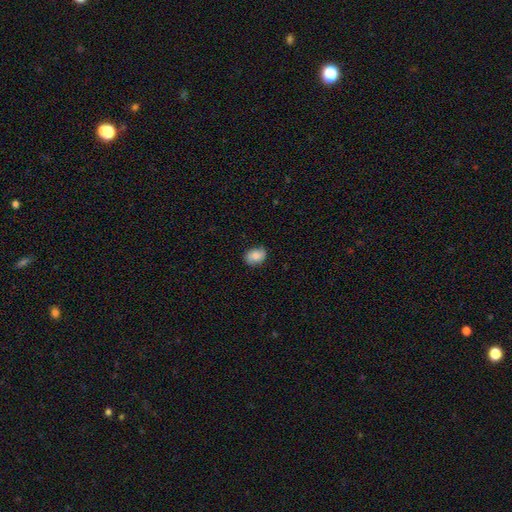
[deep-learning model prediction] This is likely a smooth galaxy (77%). How rounded: likely in between (70%). Merging: clearly none (82%).